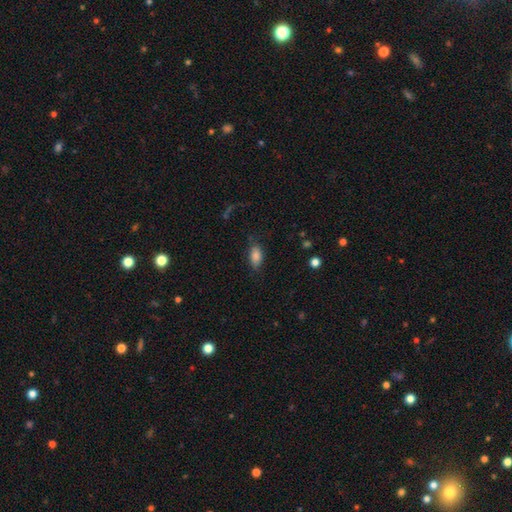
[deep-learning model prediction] Smooth or featured: smooth — 82% (star or artifact — 9%)
How rounded: in between — 90% (cigar-shaped — 5%)
Merging: none — 78% (minor disturbance — 16%)